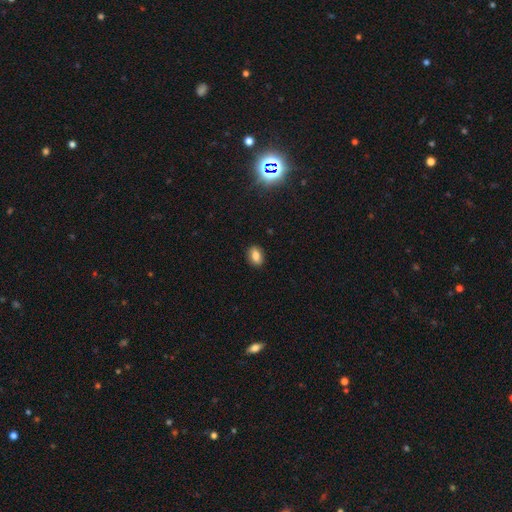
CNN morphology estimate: This is clearly a smooth galaxy (81%). How rounded: clearly in between (80%). Merging: clearly none (88%).